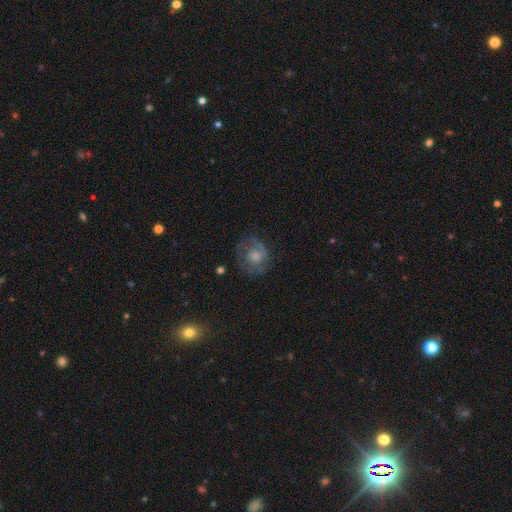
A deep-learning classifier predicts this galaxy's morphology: This appears to be a featured or disk galaxy (51%) with no bar (79%), spiral arms (64%) and a moderate central bulge (36%). Merging: none (63%).